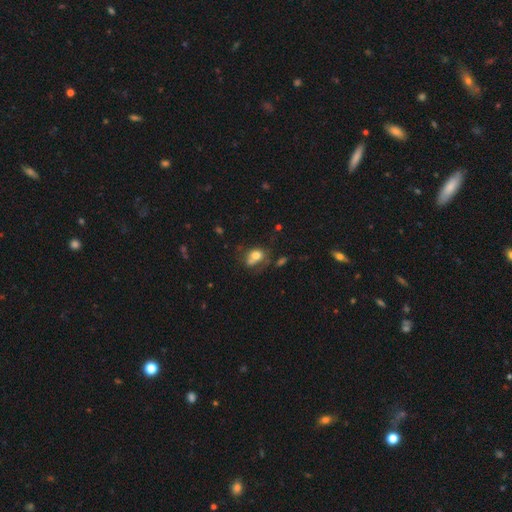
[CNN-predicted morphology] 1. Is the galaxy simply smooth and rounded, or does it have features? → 69% smooth, 19% featured or disk, 12% star or artifact.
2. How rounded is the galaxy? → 53% in between, 45% round, 1% cigar-shaped.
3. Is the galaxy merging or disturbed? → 35% none, 24% merger, 21% minor disturbance, 20% major disturbance.